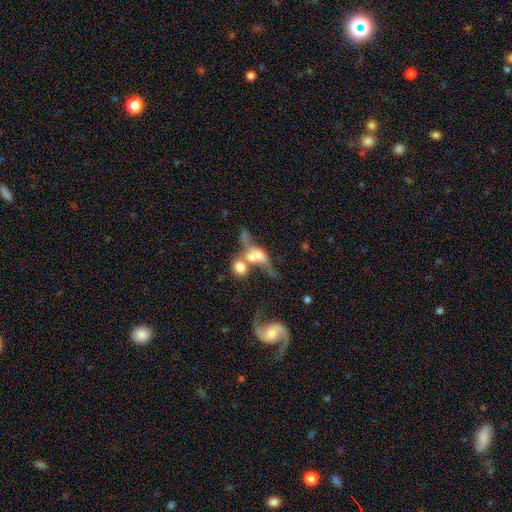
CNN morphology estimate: Smooth or featured? featured or disk (52%)
Edge-on disk? no (79%)
Merging? merger (59%)